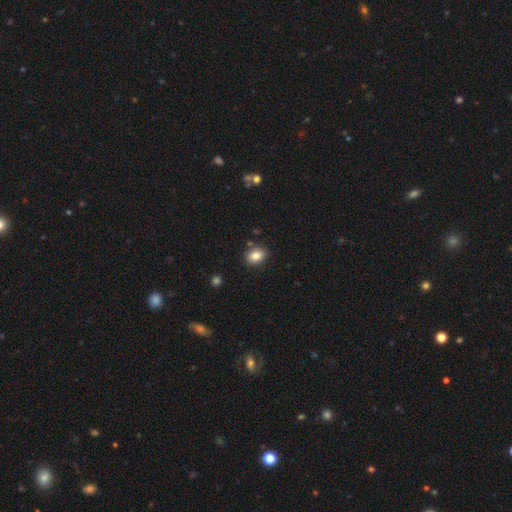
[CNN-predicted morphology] smooth 85%, star or artifact 9%, featured or disk 6%. Down the decision tree: how rounded — in between (68%); merging — none (83%).